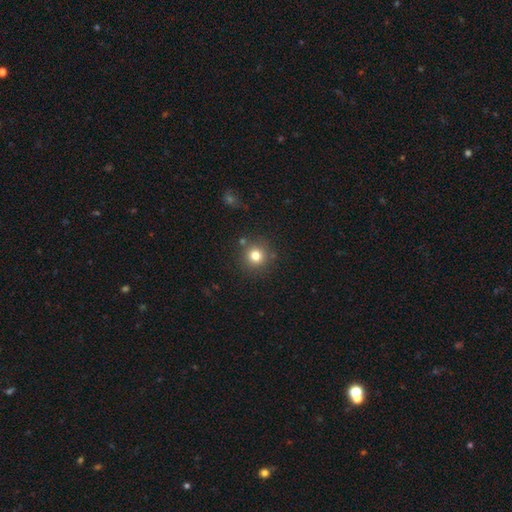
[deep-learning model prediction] Q: Smooth or featured?
A: smooth (78%); runner-up: star or artifact (14%)
Q: How rounded?
A: round (93%); runner-up: in between (6%)
Q: Merging?
A: none (83%); runner-up: minor disturbance (8%)